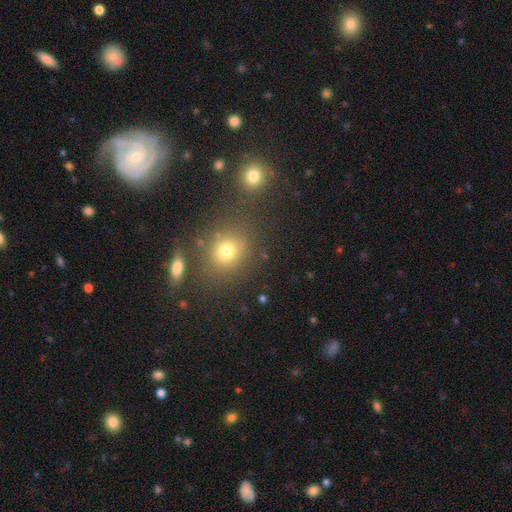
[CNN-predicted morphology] Q: Smooth or featured?
A: smooth (49%); runner-up: star or artifact (35%)
Q: Merging?
A: none (81%); runner-up: minor disturbance (9%)